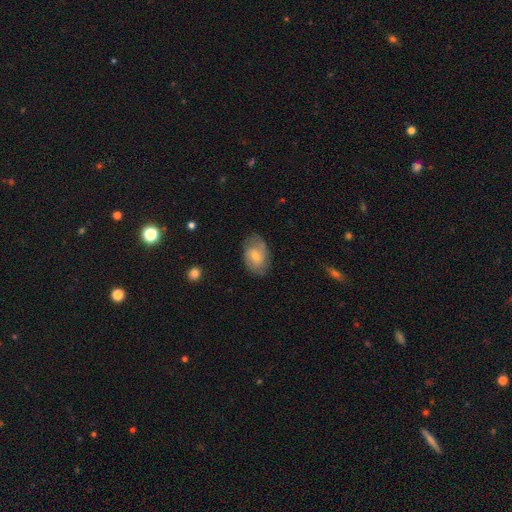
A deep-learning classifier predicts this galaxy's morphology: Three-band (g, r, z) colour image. It shows a smooth galaxy with no disk features (50%) that is in between round and cigar-shaped (82%). Merging: none (70%).